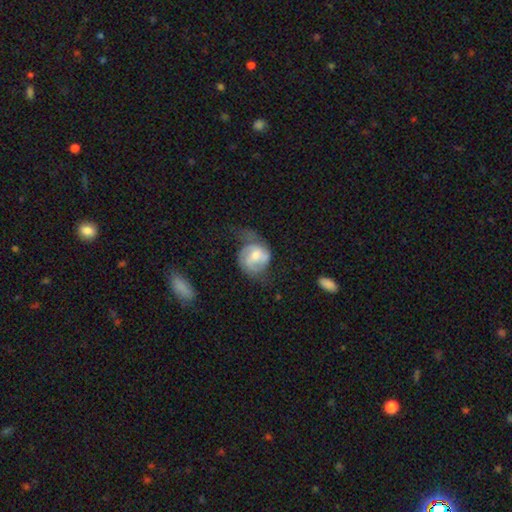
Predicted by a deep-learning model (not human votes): Smooth or featured?
  - featured or disk: 60% *
  - smooth: 34%
  - star or artifact: 6%
Edge-on disk?
  - no: 97% *
  - yes: 3%
Bar?
  - no: 46% *
  - weak: 42%
  - strong: 12%
Spiral arms?
  - yes: 82% *
  - no: 18%
Bulge size?
  - moderate: 56% *
  - small: 31%
  - large: 8%
  - none: 4%
  - dominant: 1%
Merging?
  - none: 38% *
  - major disturbance: 32%
  - minor disturbance: 28%
  - merger: 3%